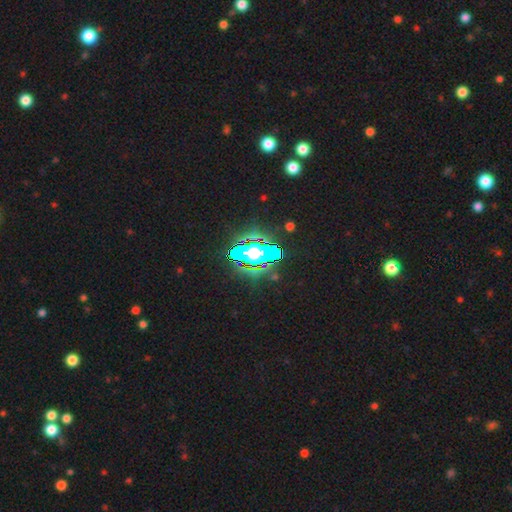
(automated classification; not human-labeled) smooth_or_featured: star or artifact (p=0.57) [alt: smooth p=0.25]